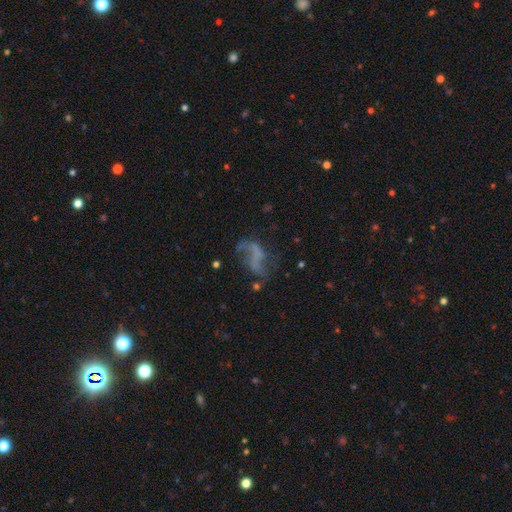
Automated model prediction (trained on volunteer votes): A featured or disk galaxy (59%) with no bar (66%), spiral arms (52%) and no central bulge (80%). Merging: none (40%).